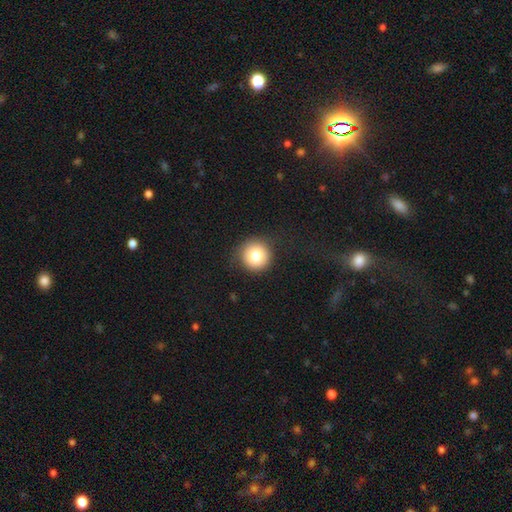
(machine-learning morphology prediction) smooth_or_featured: smooth (p=0.79) [alt: featured or disk p=0.11]
how_rounded: round (p=0.95) [alt: in between p=0.04]
merging: none (p=0.87) [alt: minor disturbance p=0.09]